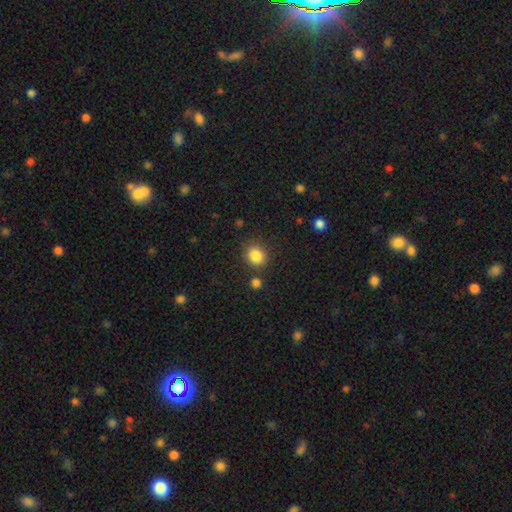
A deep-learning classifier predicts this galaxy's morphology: A smooth galaxy with no disk features (85%) that is round (63%). Merging: none (80%).